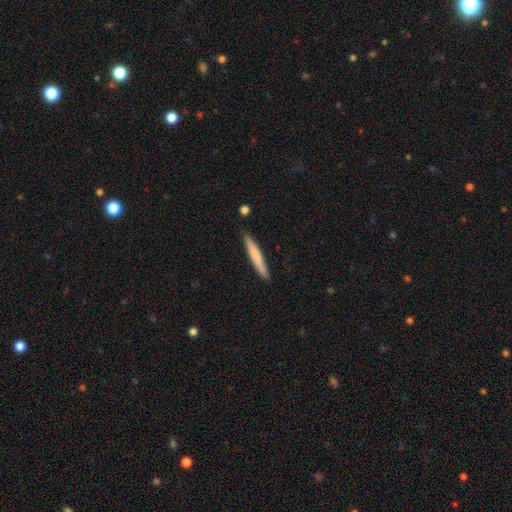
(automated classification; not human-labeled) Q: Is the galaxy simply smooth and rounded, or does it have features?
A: smooth — 70%.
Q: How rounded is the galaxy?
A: cigar-shaped — 95%.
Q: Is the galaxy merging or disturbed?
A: none — 89%.